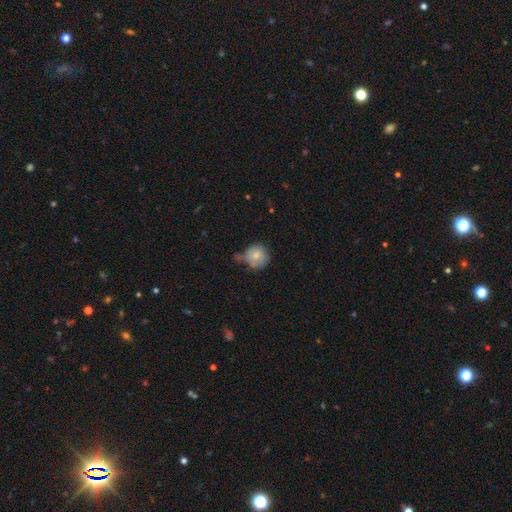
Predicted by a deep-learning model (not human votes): Smooth or featured? smooth (69%)
How rounded? round (82%)
Merging? none (42%)